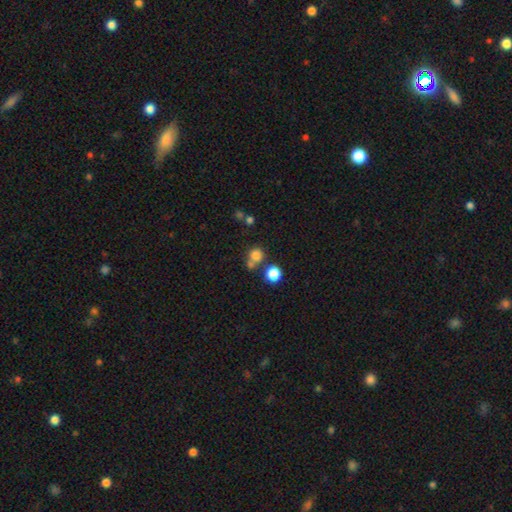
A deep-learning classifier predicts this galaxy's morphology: smooth-or-featured: smooth: 77% | star or artifact: 16% | featured or disk: 7%
  how-rounded: round: 87% | in between: 12% | cigar-shaped: 1%
  merging: none: 60% | merger: 28% | minor disturbance: 8% | major disturbance: 4%